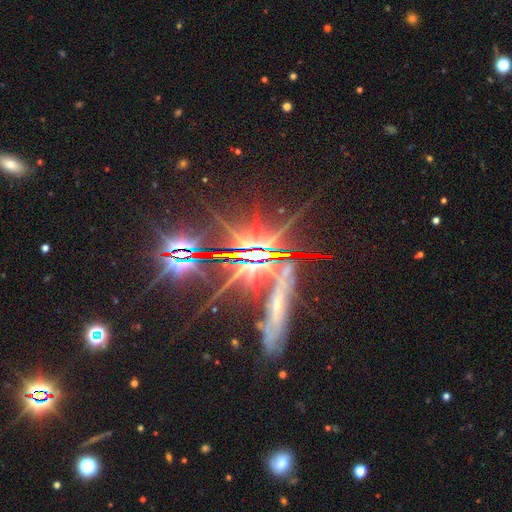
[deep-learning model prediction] Smooth or featured?
  - star or artifact: 75% *
  - featured or disk: 18%
  - smooth: 7%